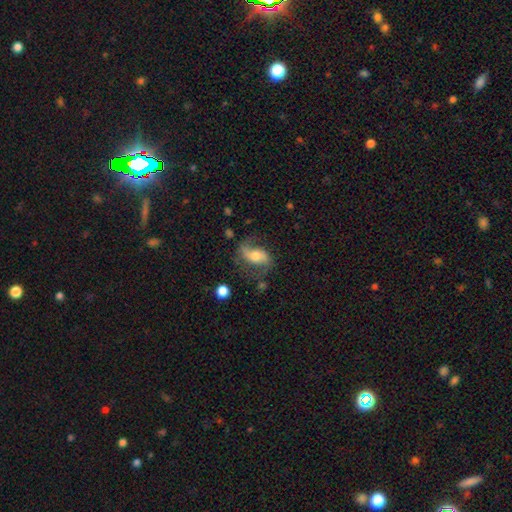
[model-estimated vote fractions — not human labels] Morphology: type=featured or disk (65%); edge-on=no (94%); bar=no (44%); spiral arms=yes (89%); winding=loose (60%); arm count=2 (80%); bulge=moderate (61%); merging=none (59%).